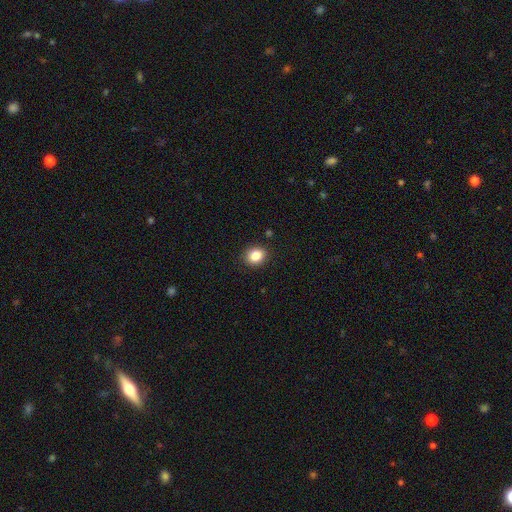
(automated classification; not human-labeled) smooth 85%, star or artifact 10%, featured or disk 5%. Down the decision tree: how rounded — round (65%); merging — none (89%).